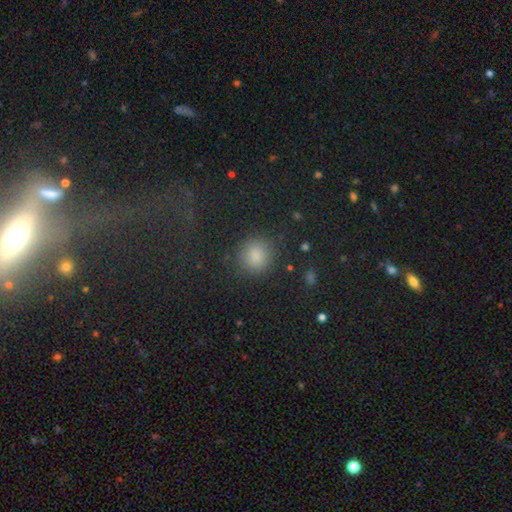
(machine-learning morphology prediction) Smooth or featured: smooth — 78% (star or artifact — 16%)
How rounded: round — 85% (in between — 13%)
Merging: none — 84% (minor disturbance — 9%)